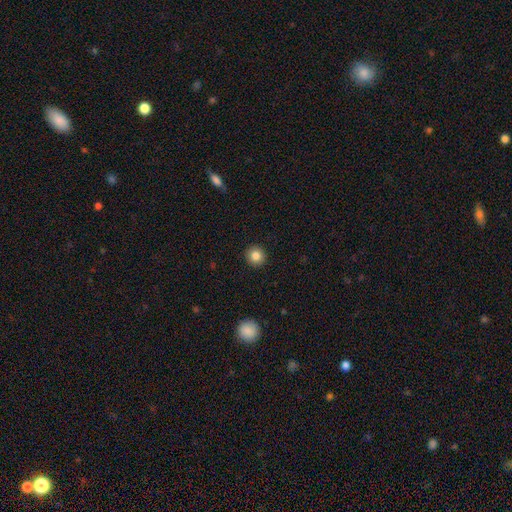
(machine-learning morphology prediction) Smooth or featured: smooth — 84% (star or artifact — 10%)
How rounded: round — 93% (in between — 6%)
Merging: none — 92% (minor disturbance — 5%)